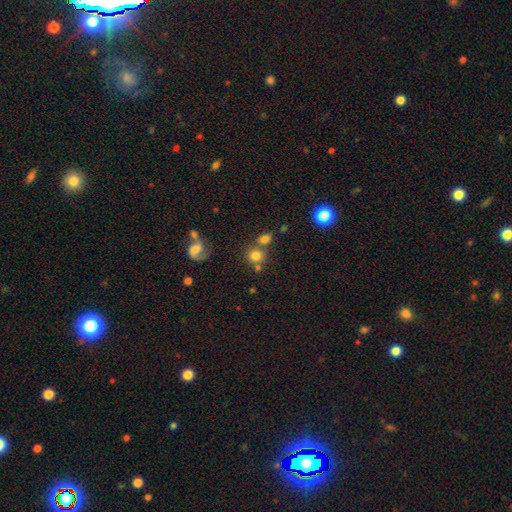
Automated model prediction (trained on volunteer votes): Overall: smooth (75%). How rounded: round (86%). Merging: none (60%; merger 24%).